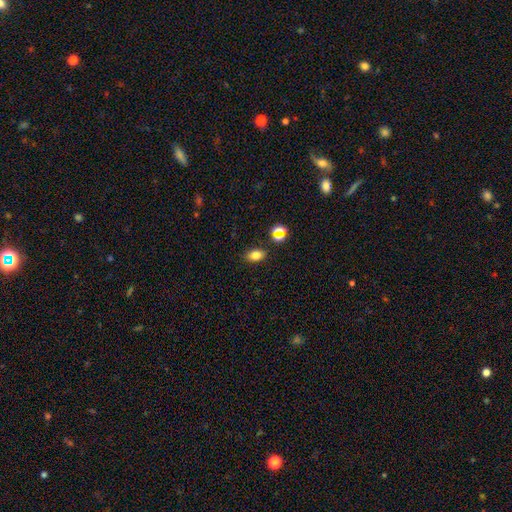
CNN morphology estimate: A smooth galaxy with no disk features (76%) that is in between round and cigar-shaped (84%). Merging: none (82%).